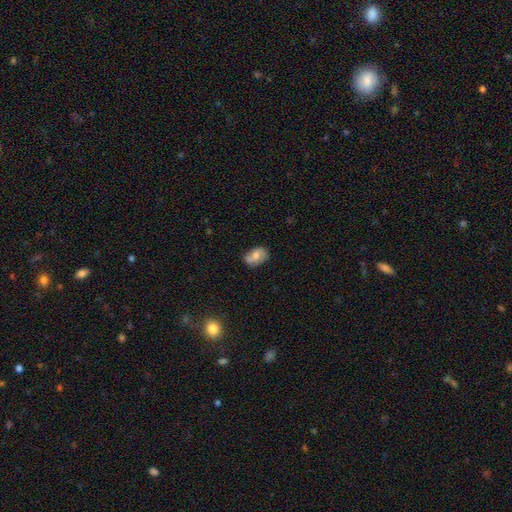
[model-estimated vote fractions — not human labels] Overall: smooth (56%; featured or disk 36%). How rounded: in between (80%). Merging: none (55%; minor disturbance 24%).